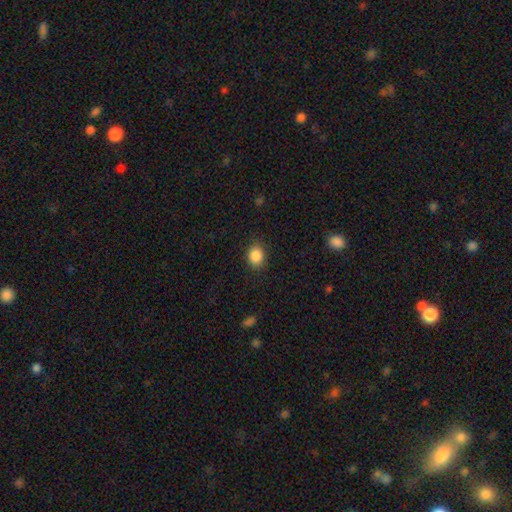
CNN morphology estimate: Smooth or featured: smooth — 87% (star or artifact — 9%)
How rounded: round — 57% (in between — 42%)
Merging: none — 87% (minor disturbance — 9%)